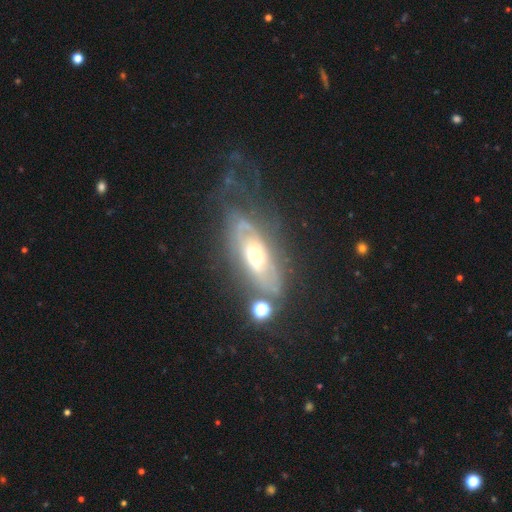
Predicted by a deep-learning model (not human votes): The model was most divided on "merging": none: 49%, minor disturbance: 23%, major disturbance: 22%, merger: 7%. More confident: edge-on disk — no (84%); smooth or featured — featured or disk (78%); spiral arms — yes (72%); bar — no (72%); bulge size — moderate (65%).